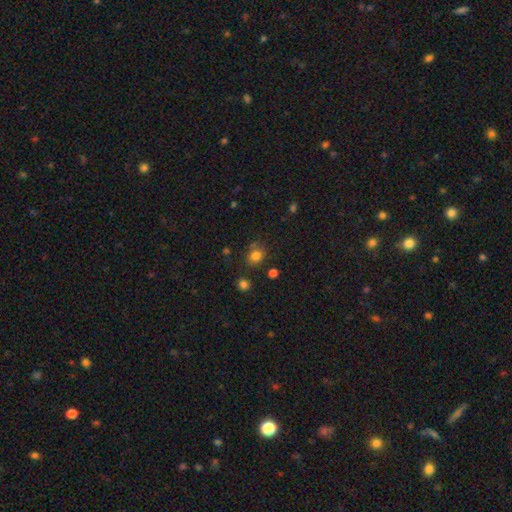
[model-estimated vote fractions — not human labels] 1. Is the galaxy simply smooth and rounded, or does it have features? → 78% smooth, 15% star or artifact, 7% featured or disk.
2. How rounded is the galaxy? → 63% round, 36% in between, 1% cigar-shaped.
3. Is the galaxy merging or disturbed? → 71% none, 16% minor disturbance, 8% merger, 5% major disturbance.